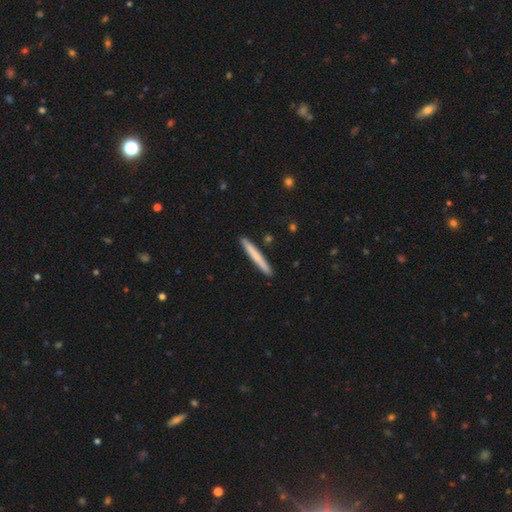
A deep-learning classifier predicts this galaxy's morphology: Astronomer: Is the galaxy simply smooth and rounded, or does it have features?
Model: smooth — 66%.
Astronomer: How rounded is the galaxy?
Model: cigar-shaped — 97%.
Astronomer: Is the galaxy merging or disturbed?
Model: none — 91%.